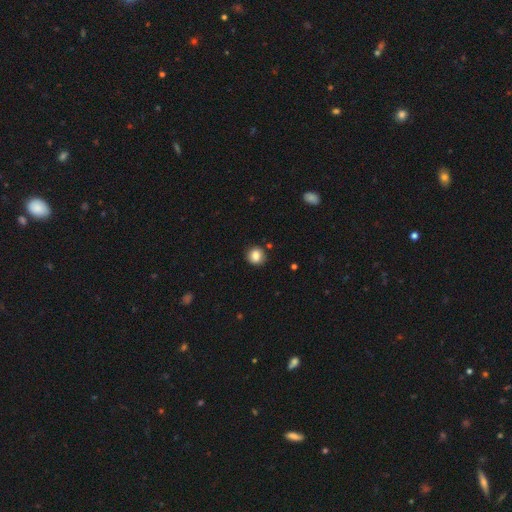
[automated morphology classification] smooth_or_featured: smooth (p=0.85) [alt: star or artifact p=0.09]
how_rounded: round (p=0.83) [alt: in between p=0.16]
merging: none (p=0.86) [alt: minor disturbance p=0.09]